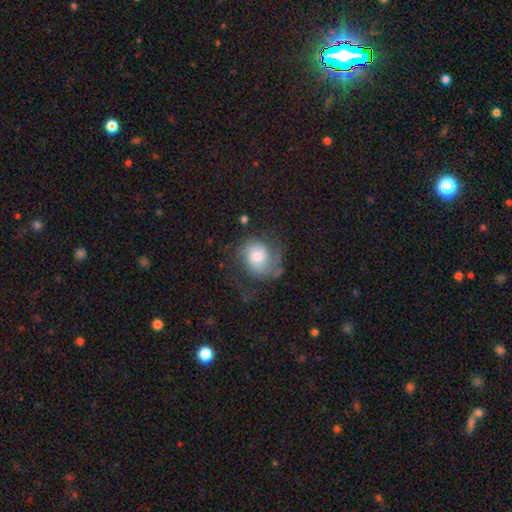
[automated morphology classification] Smooth or featured: featured or disk — 62% (smooth — 29%)
Edge-on disk: no — 97% (yes — 3%)
Bar: no — 73% (weak — 23%)
Spiral arms: yes — 89% (no — 11%)
Spiral winding: medium — 42% (tight — 30%)
Spiral arm count: 2 — 69% (can't tell — 13%)
Bulge size: moderate — 57% (small — 22%)
Merging: none — 56% (minor disturbance — 21%)